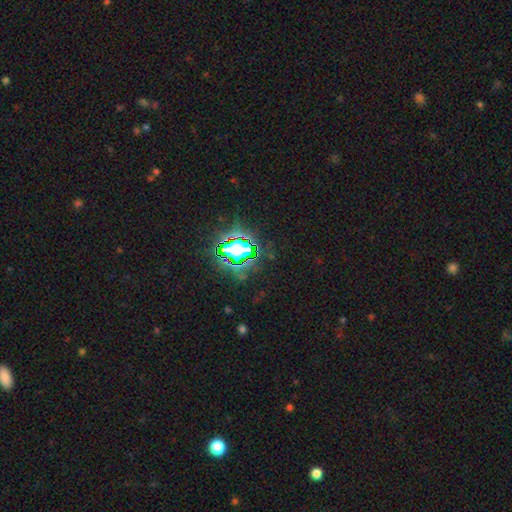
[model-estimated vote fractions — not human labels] Smooth or featured? star or artifact (83%)